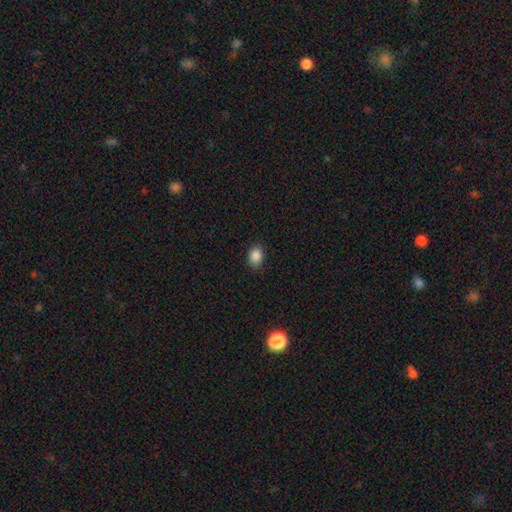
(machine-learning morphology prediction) Q: Smooth or featured?
A: smooth (87%); runner-up: star or artifact (10%)
Q: How rounded?
A: in between (68%); runner-up: round (31%)
Q: Merging?
A: none (86%); runner-up: minor disturbance (10%)